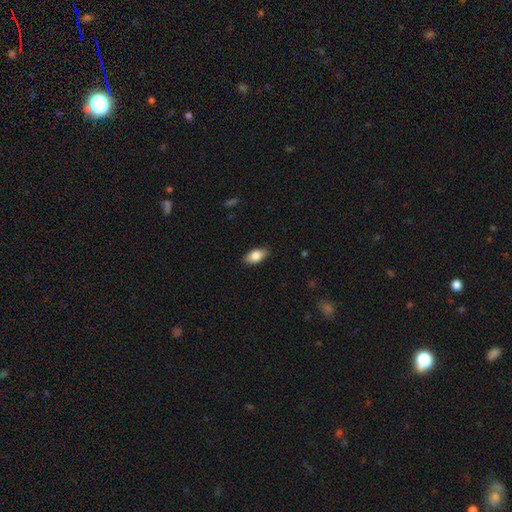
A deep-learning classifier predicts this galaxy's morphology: Smooth or featured? Predicted: smooth (p=0.83). How rounded? Predicted: in between (p=0.91). Merging? Predicted: none (p=0.87).